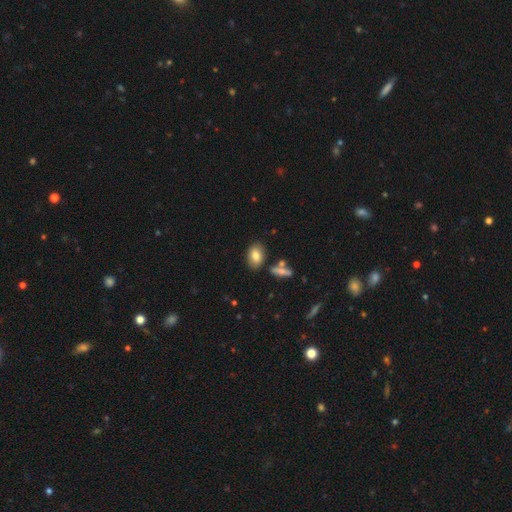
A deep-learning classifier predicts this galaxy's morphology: smooth-or-featured: smooth: 80% | featured or disk: 12% | star or artifact: 8%
  how-rounded: in between: 83% | round: 15% | cigar-shaped: 2%
  merging: none: 78% | minor disturbance: 12% | merger: 7% | major disturbance: 3%